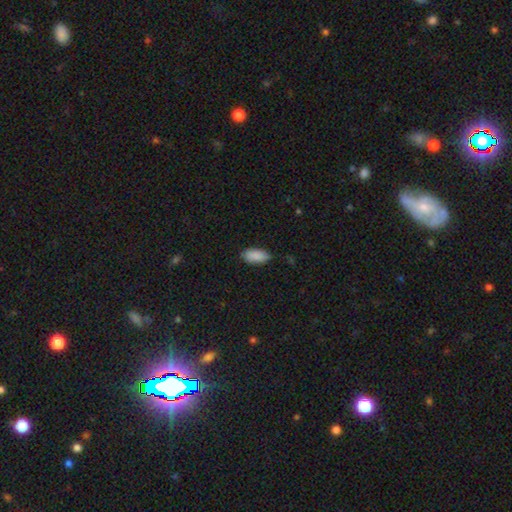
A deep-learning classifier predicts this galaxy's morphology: This appears to be a smooth galaxy with no disk features (89%) that is in between round and cigar-shaped (92%). Merging: none (74%).